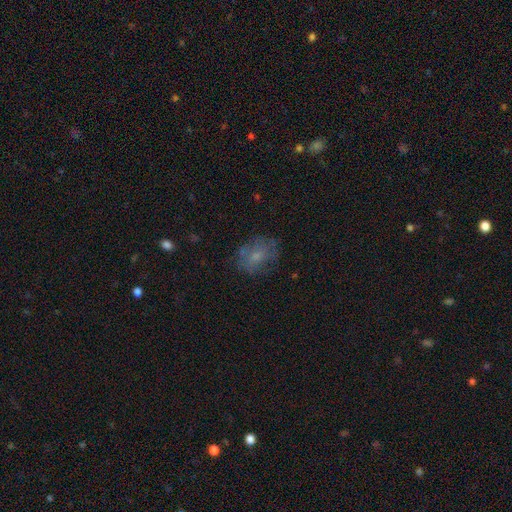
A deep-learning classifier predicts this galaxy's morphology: Overall: smooth (59%; featured or disk 30%). How rounded: in between (61%; round 38%). Merging: none (66%).